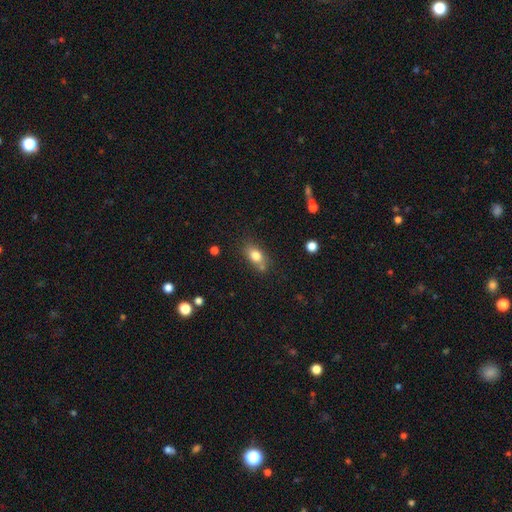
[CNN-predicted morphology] A smooth galaxy with no disk features (79%) that is in between round and cigar-shaped (79%).

Vote fractions:
- Smooth or featured? smooth: 79% / featured or disk: 11% / star or artifact: 9%
- How rounded? in between: 79% / round: 17% / cigar-shaped: 4%
- Merging? none: 63% / minor disturbance: 18% / merger: 14% / major disturbance: 5%